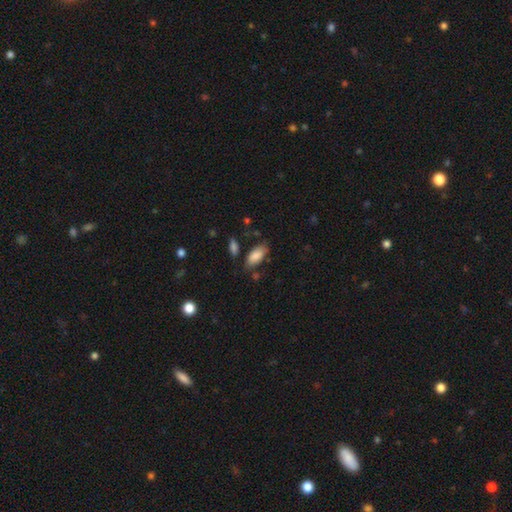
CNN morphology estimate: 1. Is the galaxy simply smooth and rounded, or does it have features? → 86% smooth, 8% featured or disk, 7% star or artifact.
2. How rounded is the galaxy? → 89% in between, 9% cigar-shaped, 2% round.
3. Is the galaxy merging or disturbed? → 73% none, 18% minor disturbance, 5% merger, 4% major disturbance.